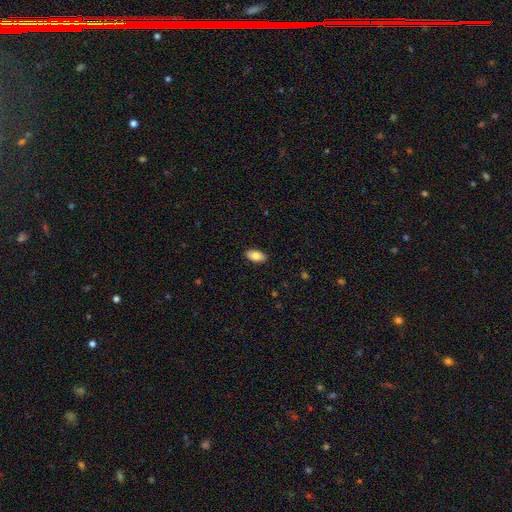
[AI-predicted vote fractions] This is clearly a smooth galaxy (82%). How rounded: clearly in between (94%). Merging: clearly none (89%).